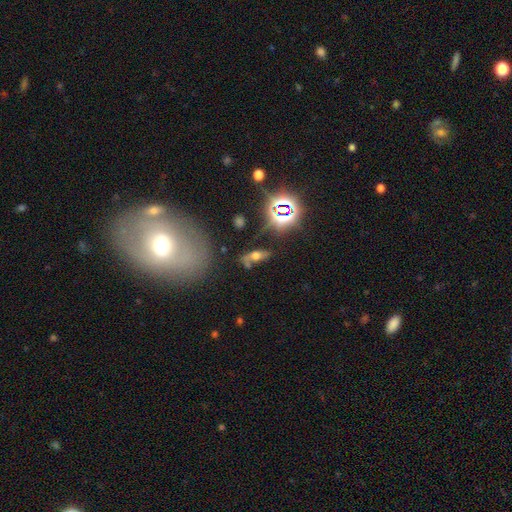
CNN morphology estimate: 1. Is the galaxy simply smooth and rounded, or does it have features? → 40% smooth, 35% featured or disk, 24% star or artifact.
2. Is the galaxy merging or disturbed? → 49% none, 20% minor disturbance, 16% merger, 15% major disturbance.